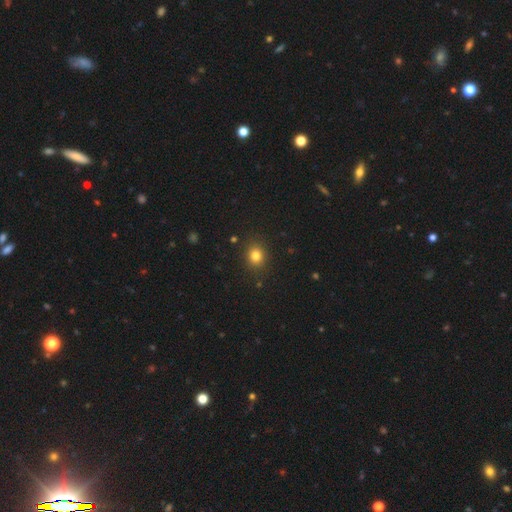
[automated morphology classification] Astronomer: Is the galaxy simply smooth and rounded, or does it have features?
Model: smooth — 81%.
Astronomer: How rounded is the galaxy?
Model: round — 70%.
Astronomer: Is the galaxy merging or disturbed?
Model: none — 88%.